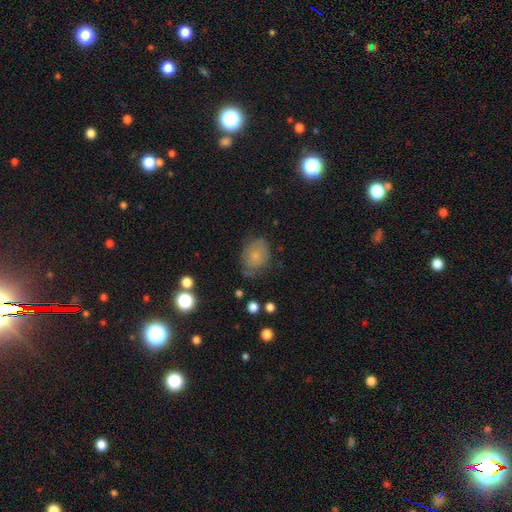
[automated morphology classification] type=smooth (69%); roundness=in between (66%); merging=none (62%).